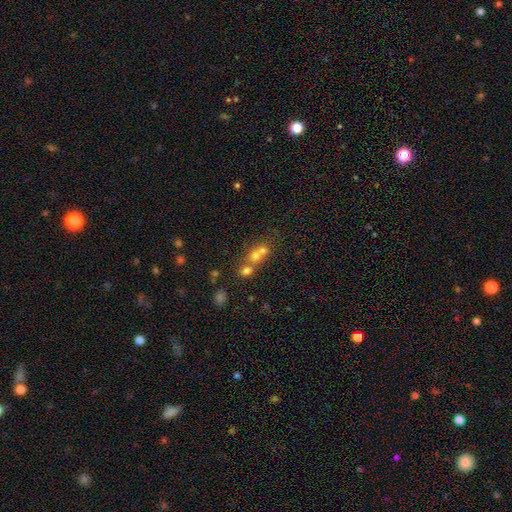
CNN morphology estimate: This is possibly a smooth galaxy (59%). How rounded: likely round (73%). Merging: likely merger (61%).